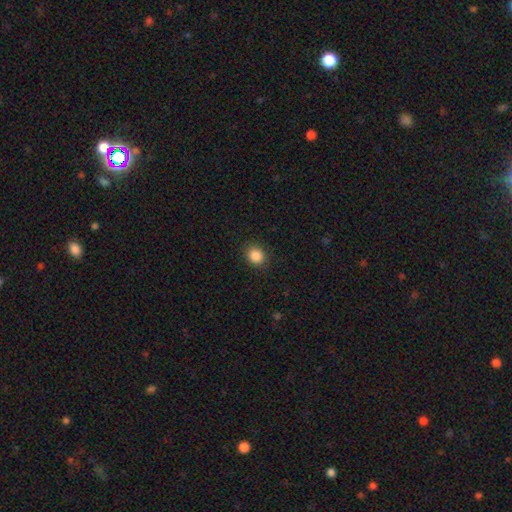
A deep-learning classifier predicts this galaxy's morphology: Q: Smooth or featured?
A: smooth (87%); runner-up: star or artifact (10%)
Q: How rounded?
A: round (73%); runner-up: in between (26%)
Q: Merging?
A: none (88%); runner-up: minor disturbance (8%)